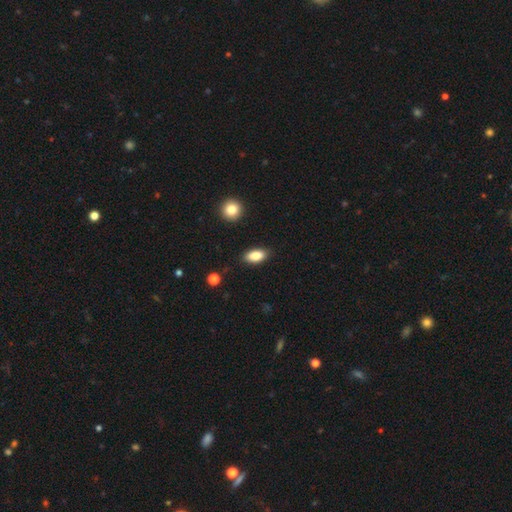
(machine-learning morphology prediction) Q: Smooth or featured?
A: smooth (85%); runner-up: star or artifact (8%)
Q: How rounded?
A: in between (89%); runner-up: cigar-shaped (7%)
Q: Merging?
A: none (86%); runner-up: minor disturbance (10%)